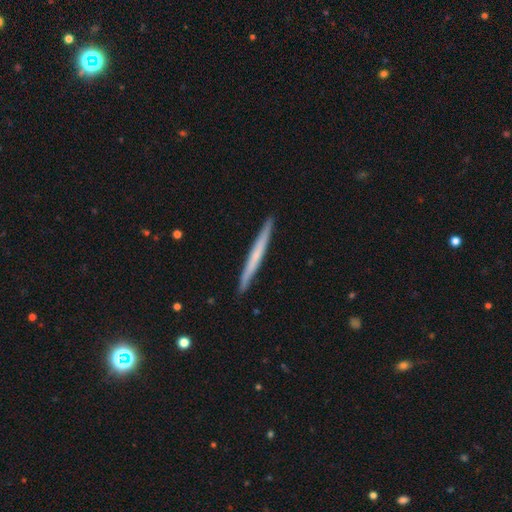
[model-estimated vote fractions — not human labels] The model was most divided on "smooth or featured" (2-way tie): featured or disk: 47%, smooth: 47%, star or artifact: 5%. More confident: merging — none (92%).